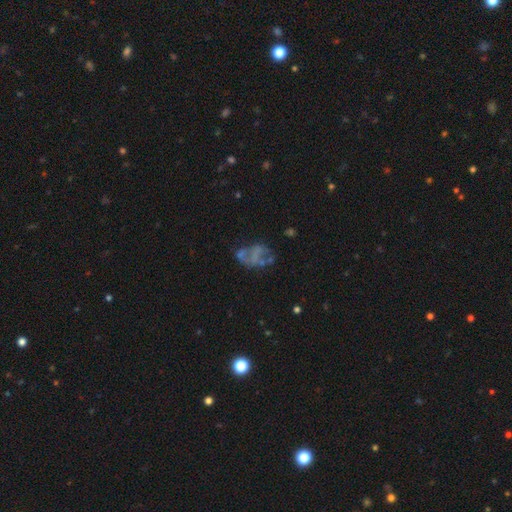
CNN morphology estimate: A featured or disk galaxy (58%) with no bar (83%), no spiral arms (80%) and no central bulge (81%).

Vote fractions:
- Smooth or featured? featured or disk: 58% / smooth: 28% / star or artifact: 14%
- Edge-on disk? no: 98% / yes: 2%
- Bar? no: 83% / weak: 12% / strong: 5%
- Spiral arms? no: 80% / yes: 20%
- Bulge size? none: 81% / small: 9% / moderate: 6% / large: 2% / dominant: 1%
- Merging? none: 41% / major disturbance: 27% / minor disturbance: 20% / merger: 12%